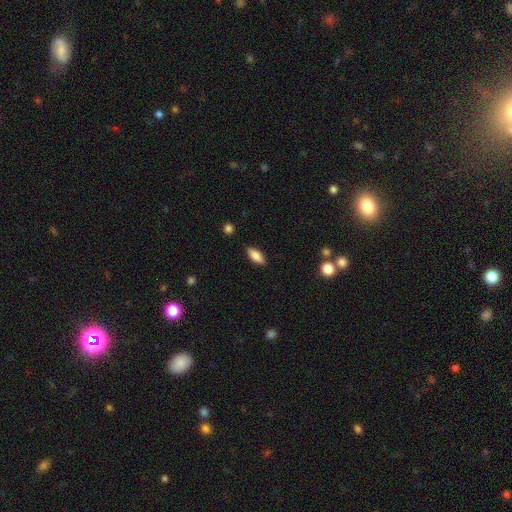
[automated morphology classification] A smooth galaxy with no disk features (78%) that is in between round and cigar-shaped (79%).

Vote fractions:
- Smooth or featured? smooth: 78% / featured or disk: 15% / star or artifact: 7%
- How rounded? in between: 79% / cigar-shaped: 19% / round: 2%
- Merging? none: 87% / minor disturbance: 9% / major disturbance: 2% / merger: 1%